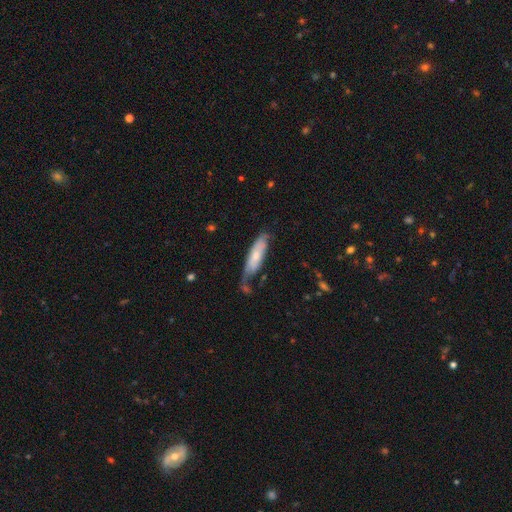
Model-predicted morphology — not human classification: This is likely a smooth galaxy (61%). How rounded: possibly cigar-shaped (56%). Merging: possibly none (47%).